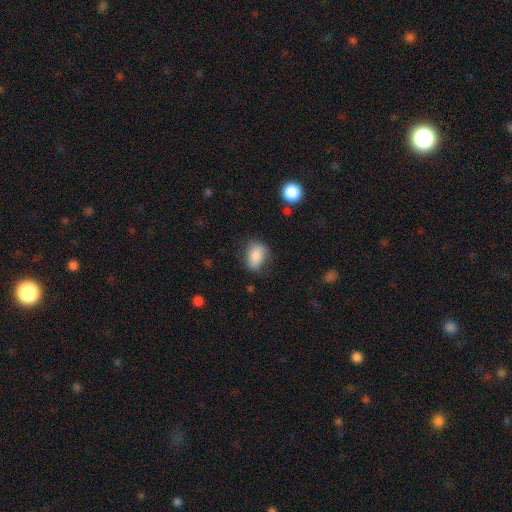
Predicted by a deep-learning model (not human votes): The model was most divided on "merging": none: 69%, minor disturbance: 23%, major disturbance: 6%, merger: 2%. More confident: smooth or featured — smooth (85%); how rounded — in between (82%).